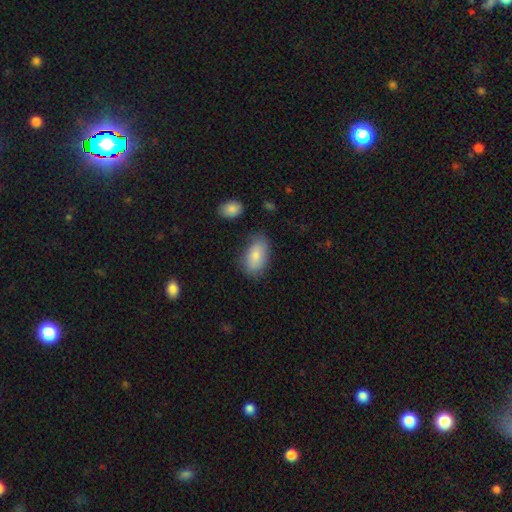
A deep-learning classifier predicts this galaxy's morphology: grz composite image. It shows a smooth galaxy with no disk features (79%) that is in between round and cigar-shaped (92%). Merging: none (72%).